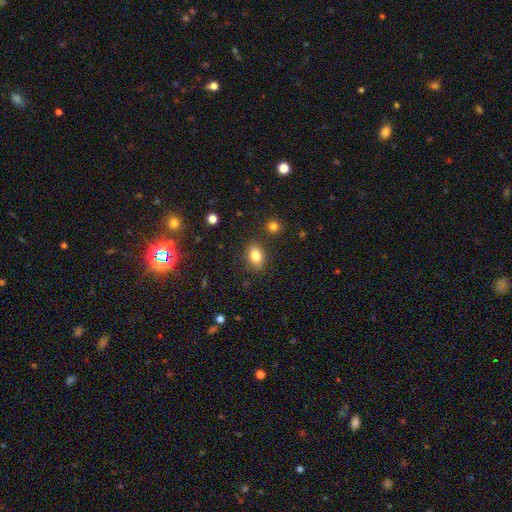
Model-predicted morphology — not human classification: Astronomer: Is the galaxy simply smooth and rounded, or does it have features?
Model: smooth — 83%.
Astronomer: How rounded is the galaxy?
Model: in between — 81%.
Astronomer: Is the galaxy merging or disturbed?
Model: none — 82%.